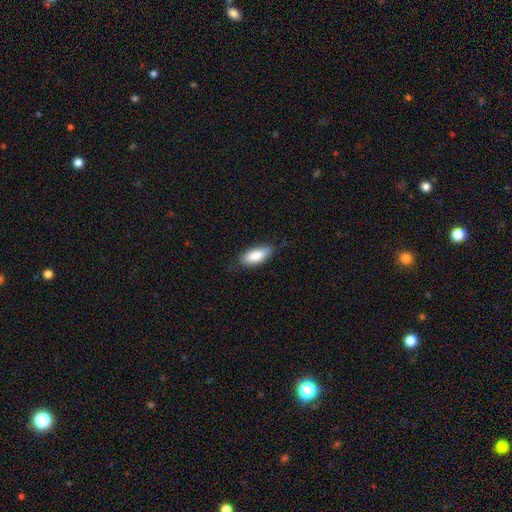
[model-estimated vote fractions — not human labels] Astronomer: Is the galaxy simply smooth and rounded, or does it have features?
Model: smooth — 84%.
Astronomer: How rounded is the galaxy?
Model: in between — 84%.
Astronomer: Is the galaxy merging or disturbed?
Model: none — 72%.